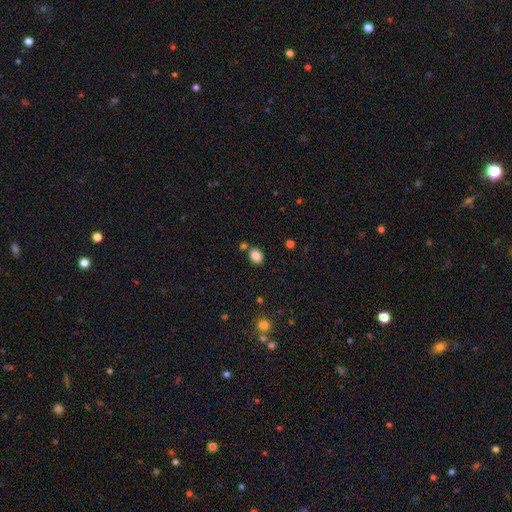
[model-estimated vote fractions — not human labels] Smooth or featured: smooth — 85% (star or artifact — 10%)
How rounded: in between — 58% (round — 41%)
Merging: none — 75% (merger — 12%)